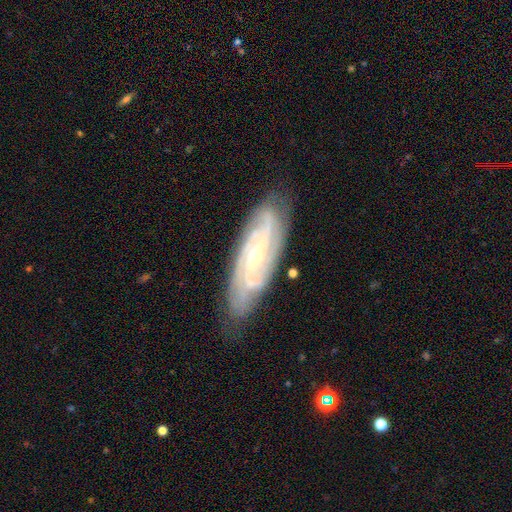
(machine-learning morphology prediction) Smooth or featured?
  - featured or disk: 89% *
  - smooth: 6%
  - star or artifact: 5%
Edge-on disk?
  - no: 90% *
  - yes: 10%
Bar?
  - weak: 40% *
  - no: 34%
  - strong: 26%
Spiral arms?
  - yes: 98% *
  - no: 2%
Spiral winding?
  - tight: 61% *
  - medium: 32%
  - loose: 7%
Spiral arm count?
  - 2: 30% *
  - 3: 27%
  - can't tell: 17%
  - 4: 16%
  - more than 4: 5%
  - 1: 5%
Bulge size?
  - small: 73% *
  - moderate: 24%
  - none: 1%
  - large: 1%
  - dominant: 1%
Merging?
  - none: 81% *
  - minor disturbance: 15%
  - major disturbance: 3%
  - merger: 1%